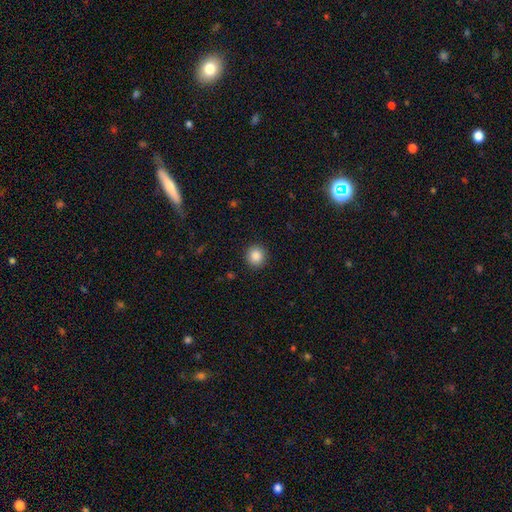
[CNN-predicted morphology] Smooth or featured? smooth (86%)
How rounded? round (91%)
Merging? none (91%)